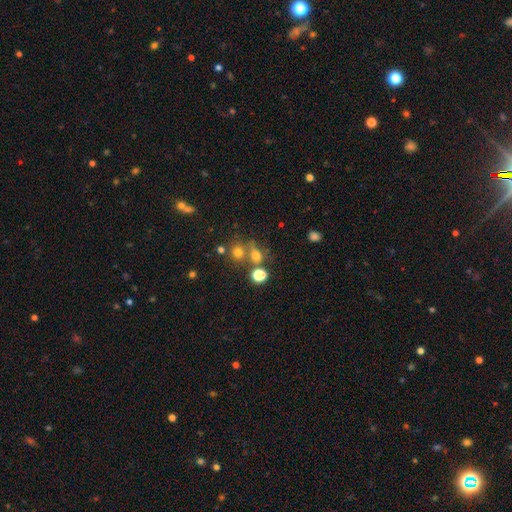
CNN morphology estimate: A smooth galaxy with no disk features (64%) that is round (73%).

Vote fractions:
- Smooth or featured? smooth: 64% / star or artifact: 24% / featured or disk: 12%
- How rounded? round: 73% / in between: 25% / cigar-shaped: 2%
- Merging? none: 53% / merger: 30% / minor disturbance: 10% / major disturbance: 6%